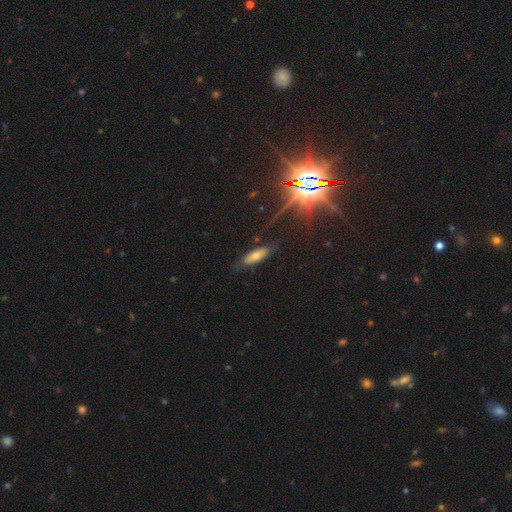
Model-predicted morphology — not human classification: Overall: smooth (63%; featured or disk 24%). How rounded: in between (61%; cigar-shaped 36%). Merging: none (75%).